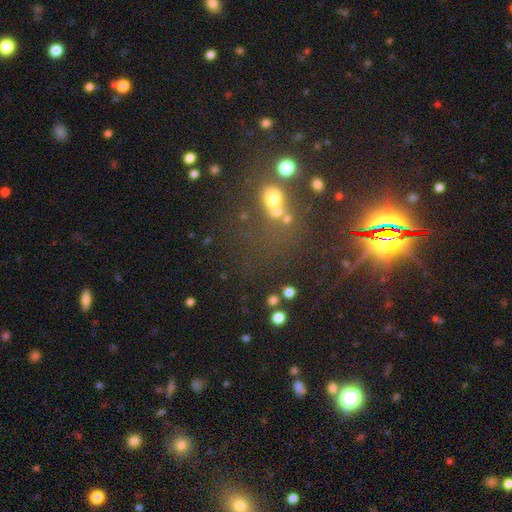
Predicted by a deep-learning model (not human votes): Q: Smooth or featured?
A: star or artifact (64%); runner-up: smooth (24%)